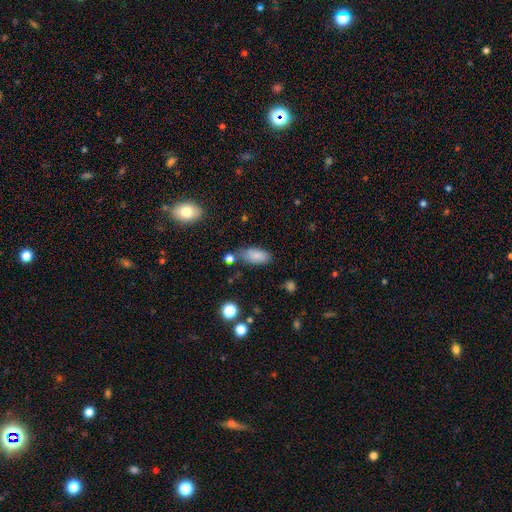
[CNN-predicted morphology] smooth_or_featured: smooth (p=0.84) [alt: star or artifact p=0.08]
how_rounded: in between (p=0.90) [alt: cigar-shaped p=0.06]
merging: none (p=0.65) [alt: minor disturbance p=0.22]